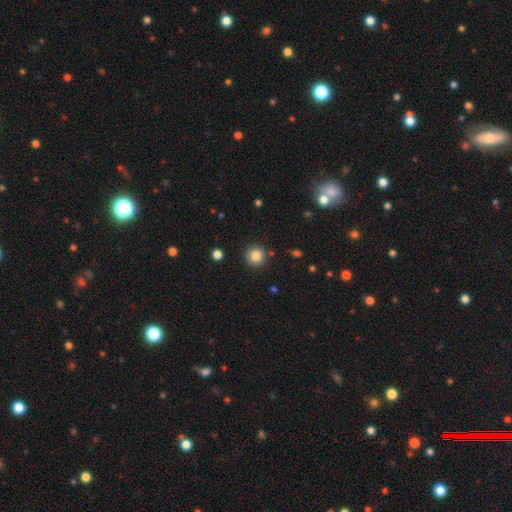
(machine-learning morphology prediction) A smooth galaxy with no disk features (83%) that is round (94%). Merging: none (89%).